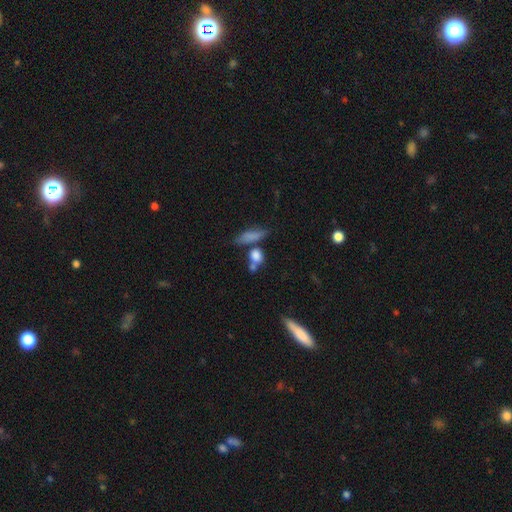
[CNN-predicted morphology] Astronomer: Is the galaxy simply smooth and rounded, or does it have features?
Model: smooth — 78%.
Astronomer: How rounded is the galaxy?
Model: round — 51% (runner-up: in between, 35%).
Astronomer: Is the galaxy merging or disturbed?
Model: none — 53%.